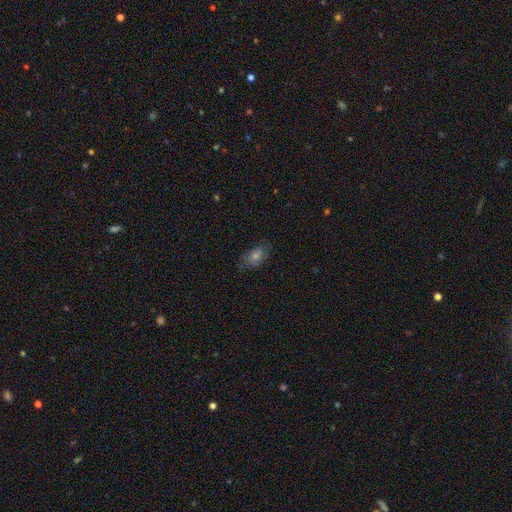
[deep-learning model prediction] Morphology: type=smooth (51%); roundness=in between (82%); merging=none (72%).